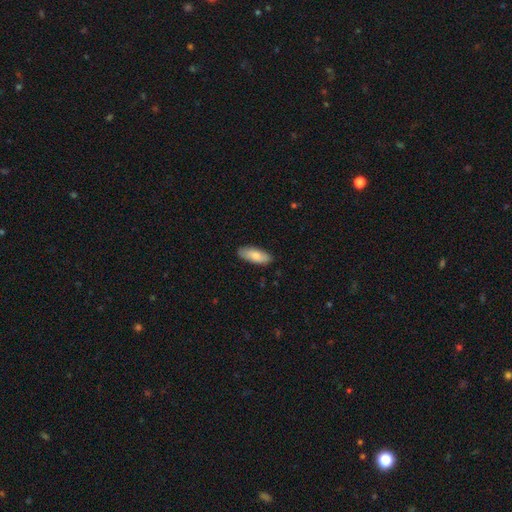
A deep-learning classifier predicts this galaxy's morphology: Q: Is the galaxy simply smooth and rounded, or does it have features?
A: smooth — 80%.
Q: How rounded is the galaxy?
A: in between — 76%.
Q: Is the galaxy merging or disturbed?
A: none — 87%.